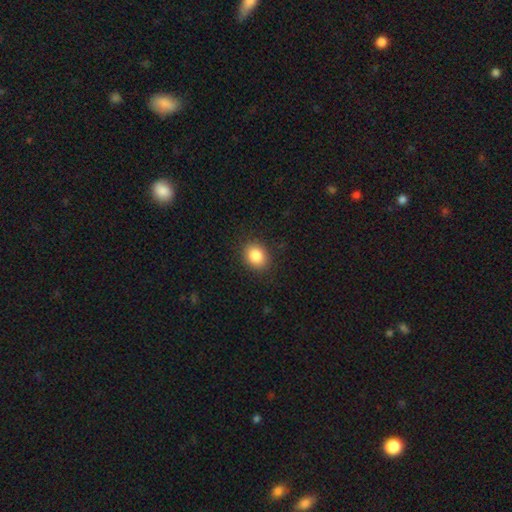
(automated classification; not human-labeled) smooth-or-featured: smooth: 86% | star or artifact: 9% | featured or disk: 5%
  how-rounded: round: 52% | in between: 47% | cigar-shaped: 1%
  merging: none: 88% | minor disturbance: 8% | major disturbance: 3% | merger: 1%